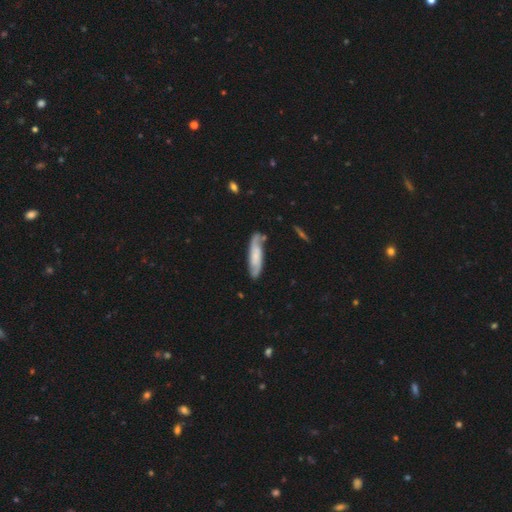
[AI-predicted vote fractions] A featured or disk galaxy (59%). Merging: none (75%).